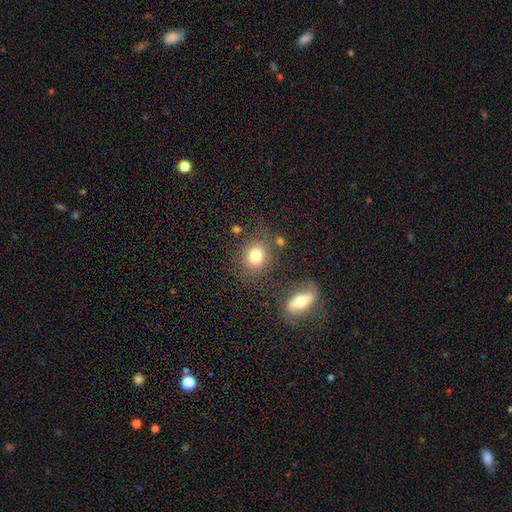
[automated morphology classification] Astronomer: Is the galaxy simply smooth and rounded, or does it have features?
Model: smooth — 79%.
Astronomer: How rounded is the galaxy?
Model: round — 68%.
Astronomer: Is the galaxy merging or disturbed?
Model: none — 76%.